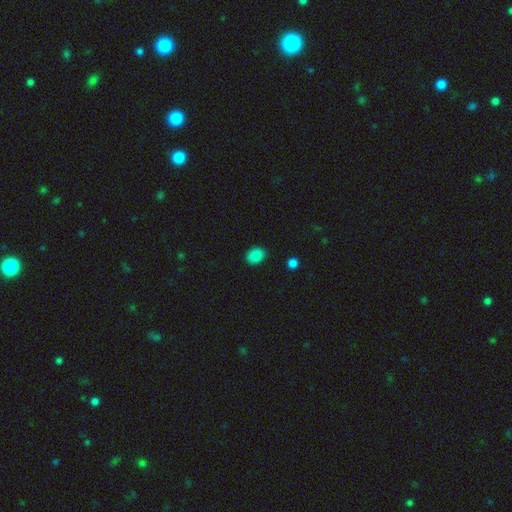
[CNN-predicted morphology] This is clearly a smooth galaxy (86%). How rounded: possibly in between (50%). Merging: clearly none (86%).